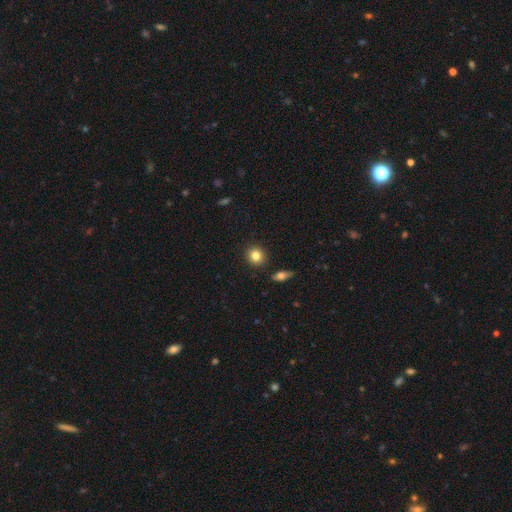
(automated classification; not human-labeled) smooth-or-featured: smooth: 83% | star or artifact: 10% | featured or disk: 7%
  how-rounded: round: 87% | in between: 12% | cigar-shaped: 1%
  merging: none: 89% | minor disturbance: 6% | merger: 3% | major disturbance: 2%